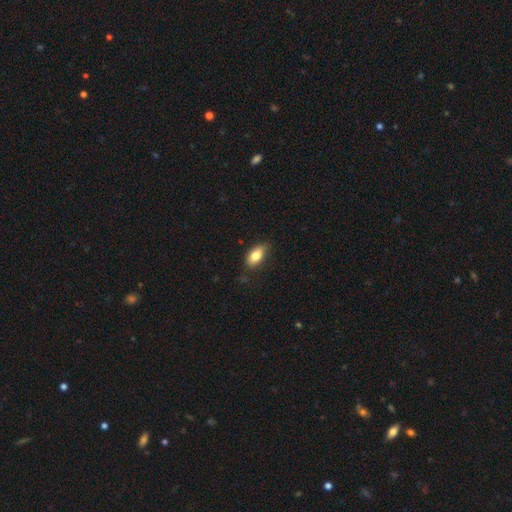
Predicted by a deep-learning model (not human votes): This appears to be a smooth galaxy with no disk features (81%) that is in between round and cigar-shaped (90%). Merging: none (76%).